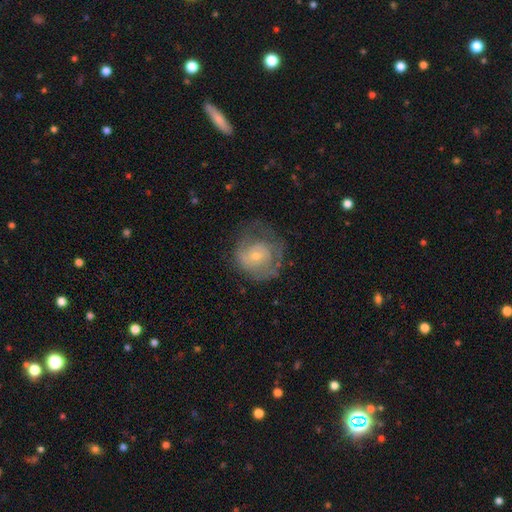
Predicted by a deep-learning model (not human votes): Smooth or featured? featured or disk (63%)
Edge-on disk? no (97%)
Bar? no (71%)
Spiral arms? yes (73%)
Bulge size? small (59%)
Merging? none (51%)